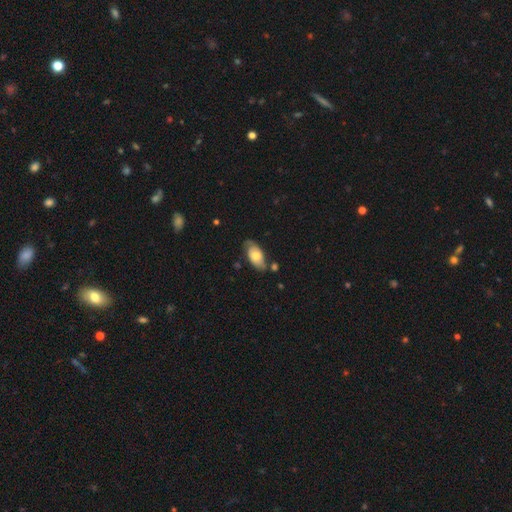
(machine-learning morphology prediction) A smooth galaxy with no disk features (62%) that is in between round and cigar-shaped (92%). Merging: none (65%).